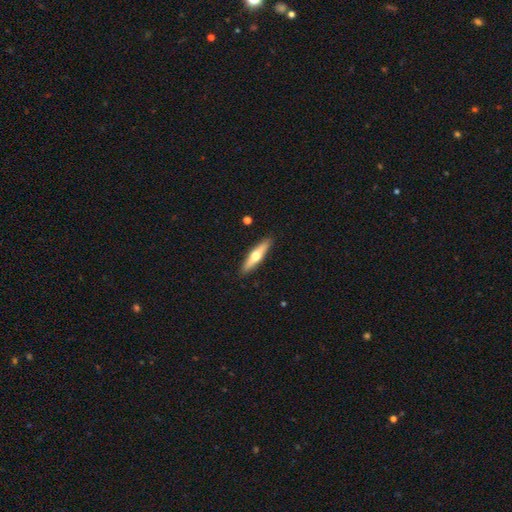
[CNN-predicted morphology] smooth_or_featured: featured or disk (p=0.50) [alt: smooth p=0.45]
disk_edge_on: yes (p=0.91) [alt: no p=0.09]
merging: none (p=0.90) [alt: minor disturbance p=0.07]